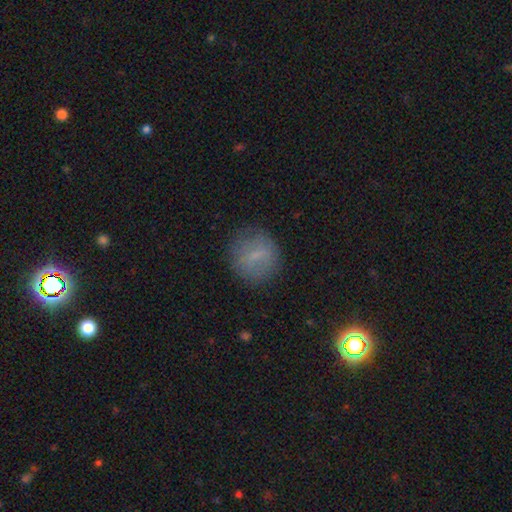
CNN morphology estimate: This appears to be a smooth galaxy with no disk features (66%) that is round (84%). Merging: none (79%).